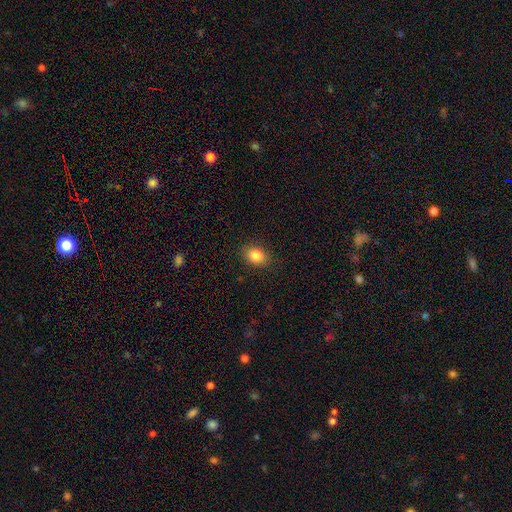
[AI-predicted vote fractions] This is clearly a smooth galaxy (87%). How rounded: likely in between (77%). Merging: clearly none (87%).